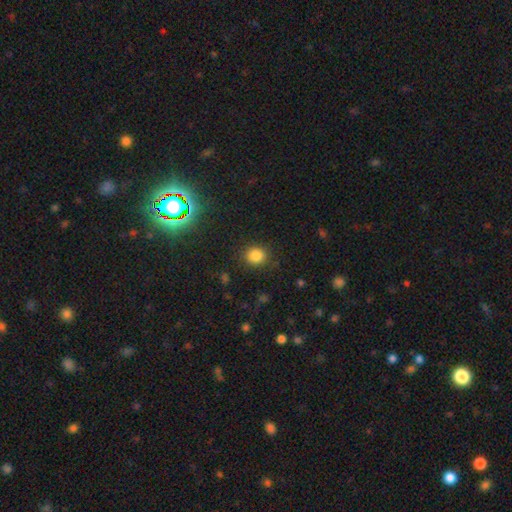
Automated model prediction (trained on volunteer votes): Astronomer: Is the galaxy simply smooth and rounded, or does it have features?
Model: smooth — 83%.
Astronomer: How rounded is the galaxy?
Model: round — 80%.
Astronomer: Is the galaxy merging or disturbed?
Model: none — 87%.